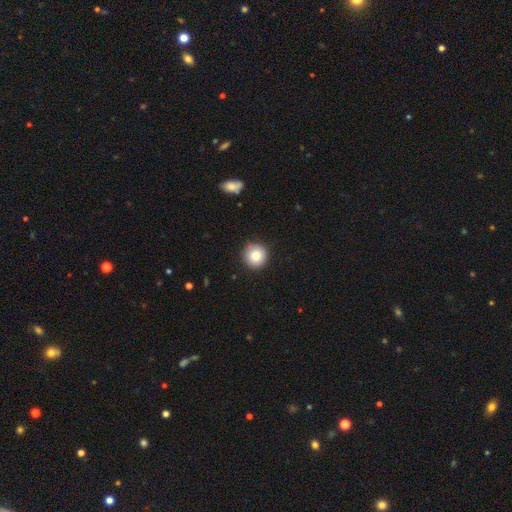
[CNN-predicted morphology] A smooth galaxy with no disk features (83%) that is round (95%).

Vote fractions:
- Smooth or featured? smooth: 83% / star or artifact: 9% / featured or disk: 8%
- How rounded? round: 95% / in between: 4% / cigar-shaped: 1%
- Merging? none: 89% / minor disturbance: 8% / major disturbance: 2% / merger: 1%